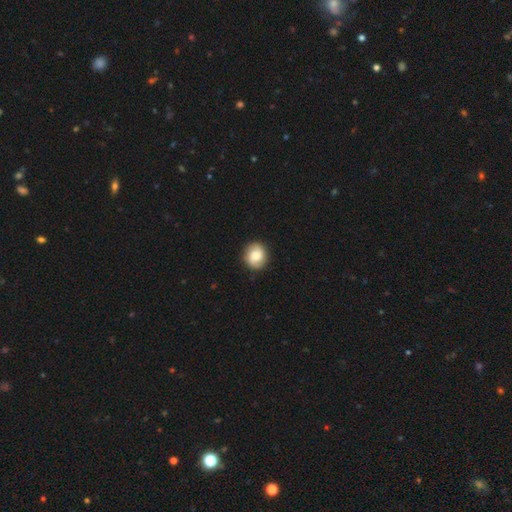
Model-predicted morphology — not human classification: This is likely a smooth galaxy (71%). How rounded: likely round (76%). Merging: clearly none (88%).